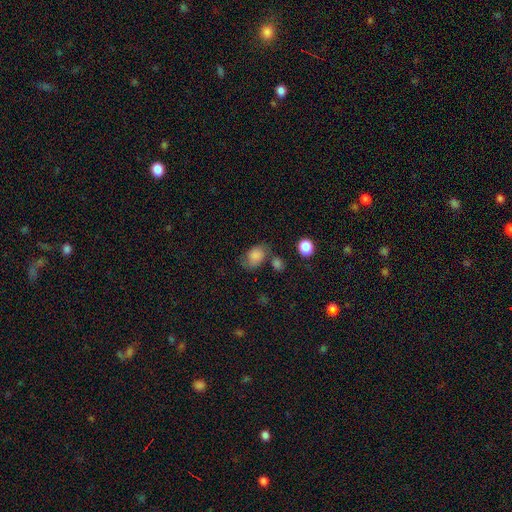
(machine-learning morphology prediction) Overall: smooth (78%). How rounded: in between (75%). Merging: none (50%; minor disturbance 25%).